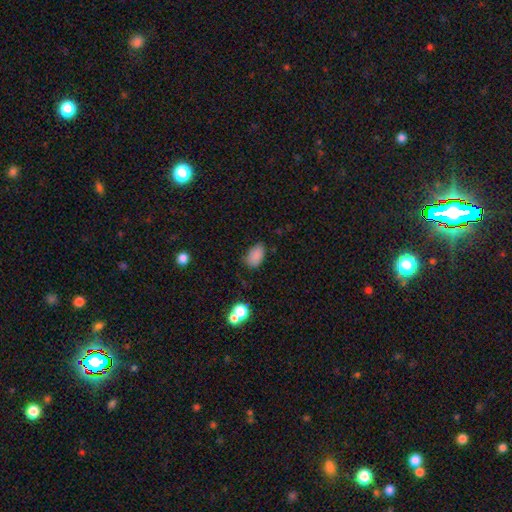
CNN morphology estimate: Q: Smooth or featured?
A: smooth (85%); runner-up: star or artifact (10%)
Q: How rounded?
A: in between (89%); runner-up: round (10%)
Q: Merging?
A: none (72%); runner-up: minor disturbance (21%)